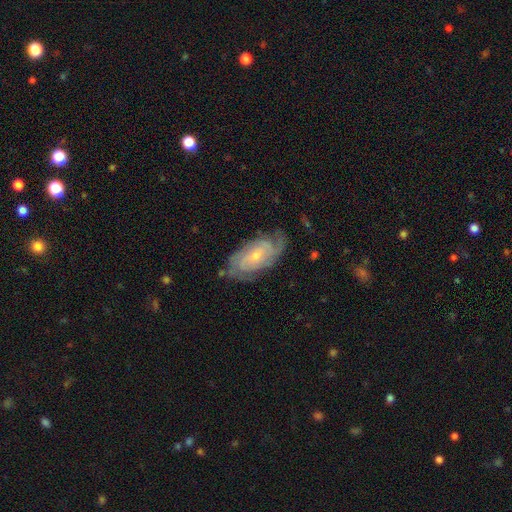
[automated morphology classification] smooth-or-featured: featured or disk: 80% | smooth: 14% | star or artifact: 6%
  disk-edge-on: no: 94% | yes: 6%
    bar: no: 65% | weak: 29% | strong: 7%
    has-spiral-arms: yes: 93% | no: 7%
      spiral-winding: tight: 58% | medium: 32% | loose: 10%
      spiral-arm-count: 2: 37% | can't tell: 32% | 3: 15% | 4: 7% | 1: 5% | more than 4: 4%
    bulge-size: small: 65% | moderate: 31% | none: 2% | large: 2% | dominant: 1%
  merging: none: 71% | minor disturbance: 20% | major disturbance: 8% | merger: 1%